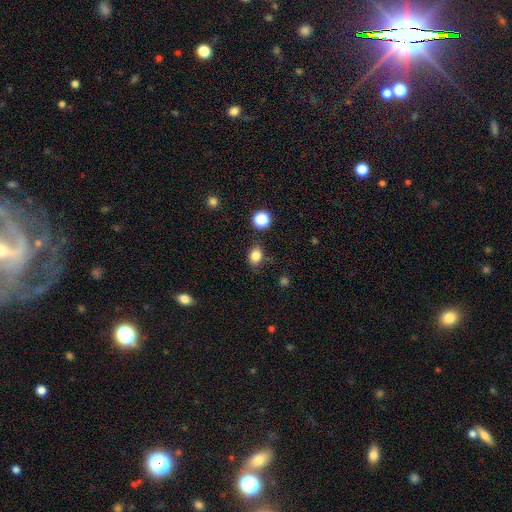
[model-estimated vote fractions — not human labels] A smooth galaxy with no disk features (83%) that is in between round and cigar-shaped (53%). Merging: none (77%).